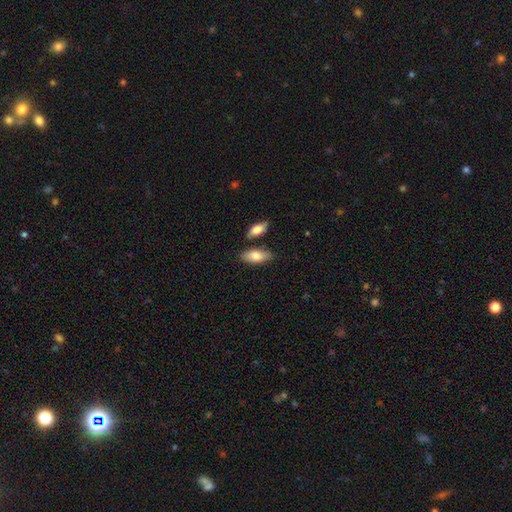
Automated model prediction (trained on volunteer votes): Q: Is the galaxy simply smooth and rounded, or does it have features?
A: smooth — 82%.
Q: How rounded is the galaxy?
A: in between — 86%.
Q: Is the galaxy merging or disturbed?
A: none — 72%.